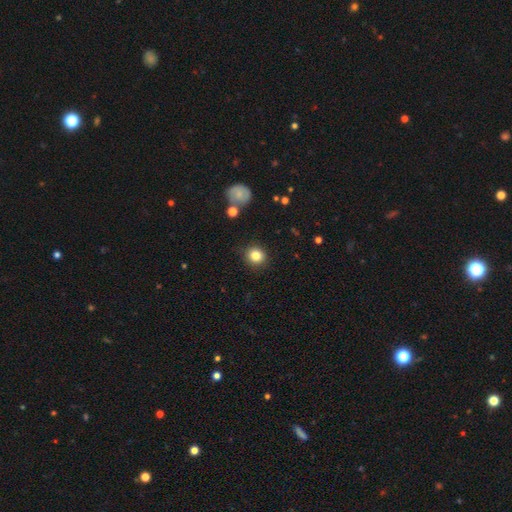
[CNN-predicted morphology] Smooth or featured?
  - smooth: 83% *
  - star or artifact: 11%
  - featured or disk: 6%
How rounded?
  - round: 85% *
  - in between: 14%
  - cigar-shaped: 1%
Merging?
  - none: 87% *
  - minor disturbance: 9%
  - major disturbance: 3%
  - merger: 2%